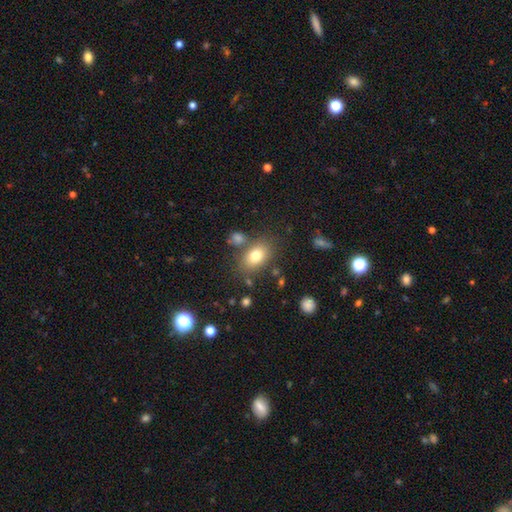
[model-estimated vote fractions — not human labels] smooth 77%, featured or disk 13%, star or artifact 10%. Down the decision tree: how rounded — in between (82%); merging — none (74%).